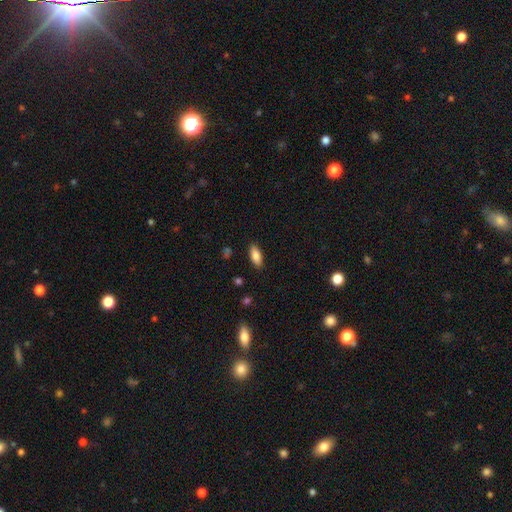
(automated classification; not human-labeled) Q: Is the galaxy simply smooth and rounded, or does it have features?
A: smooth — 85%.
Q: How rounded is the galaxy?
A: in between — 86%.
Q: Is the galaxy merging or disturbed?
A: none — 88%.